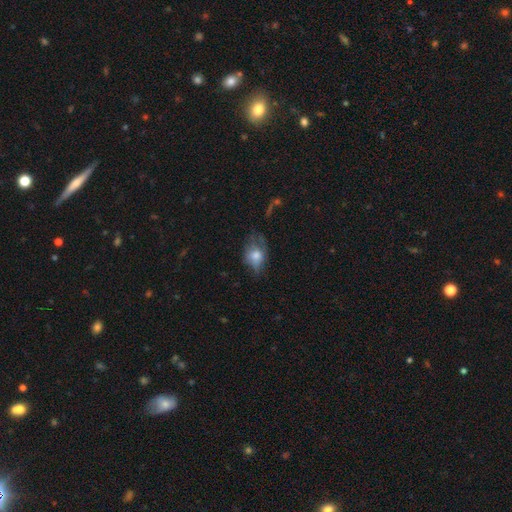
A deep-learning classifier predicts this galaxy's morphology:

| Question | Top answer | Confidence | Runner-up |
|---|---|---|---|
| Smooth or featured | smooth | 63% | featured or disk (27%) |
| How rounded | in between | 72% | round (26%) |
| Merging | none | 38% | minor disturbance (32%) |